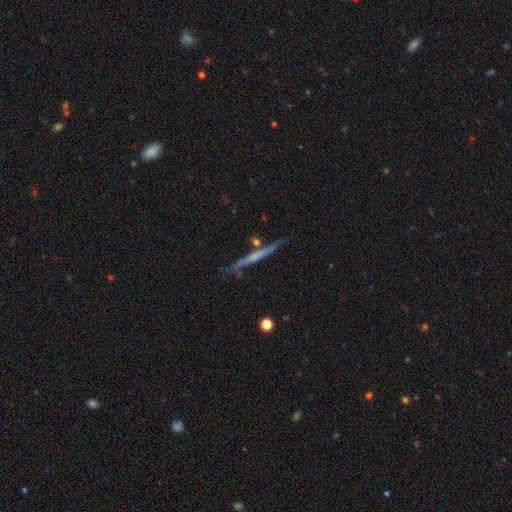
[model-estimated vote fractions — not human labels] Overall: featured or disk (63%; smooth 31%). Edge-on disk: yes (96%). Edge-on bulge: none (67%). Merging: none (77%).